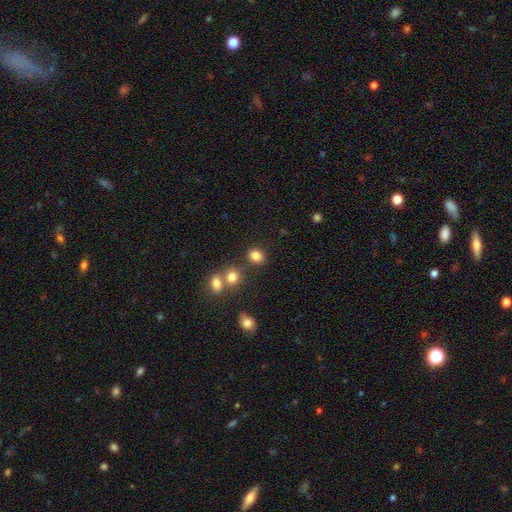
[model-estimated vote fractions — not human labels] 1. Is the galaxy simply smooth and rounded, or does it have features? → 83% smooth, 12% star or artifact, 5% featured or disk.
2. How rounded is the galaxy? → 65% round, 34% in between, 1% cigar-shaped.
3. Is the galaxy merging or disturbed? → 73% none, 14% merger, 10% minor disturbance, 4% major disturbance.